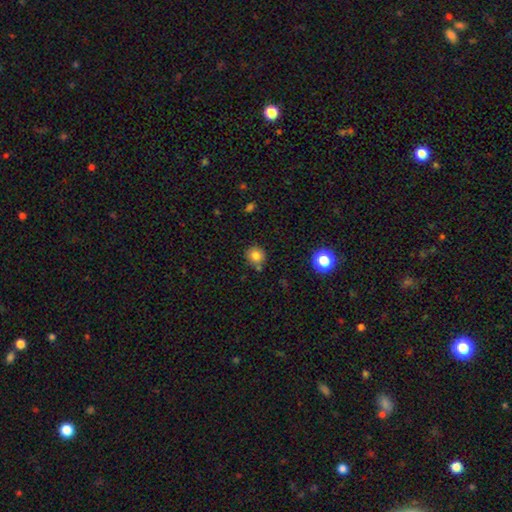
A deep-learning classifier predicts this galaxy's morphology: smooth_or_featured: smooth (p=0.80) [alt: star or artifact p=0.12]
how_rounded: round (p=0.89) [alt: in between p=0.10]
merging: none (p=0.76) [alt: minor disturbance p=0.12]